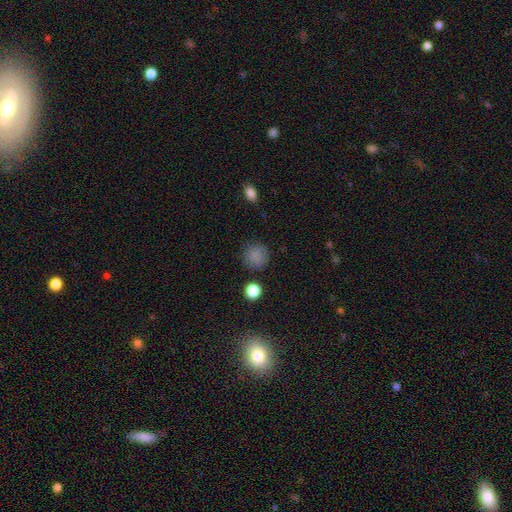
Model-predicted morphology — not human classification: Smooth or featured? smooth (83%)
How rounded? round (91%)
Merging? none (83%)